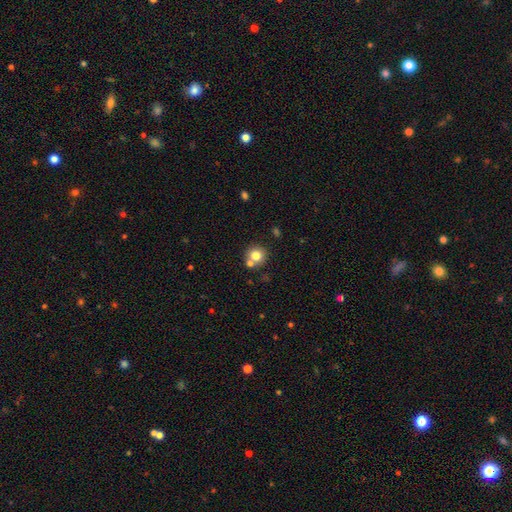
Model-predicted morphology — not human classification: Smooth or featured?
  - smooth: 79% *
  - star or artifact: 11%
  - featured or disk: 10%
How rounded?
  - round: 89% *
  - in between: 10%
  - cigar-shaped: 1%
Merging?
  - none: 67% *
  - merger: 22%
  - minor disturbance: 8%
  - major disturbance: 3%